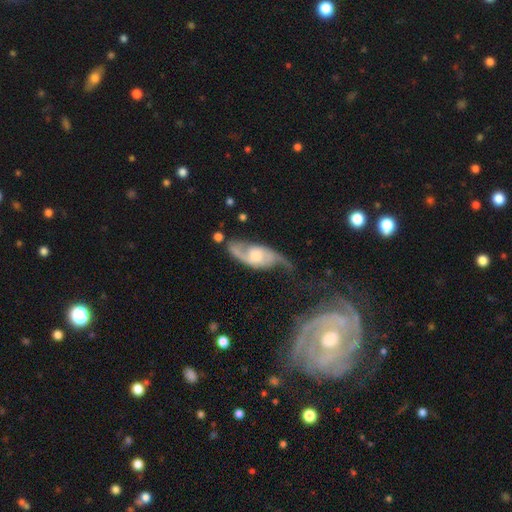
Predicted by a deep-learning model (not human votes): This appears to be a featured or disk galaxy (84%) with no bar (55%), 2 (88%) medium (44%) spiral arms (95%) and a moderate central bulge (53%). Merging: none (60%).